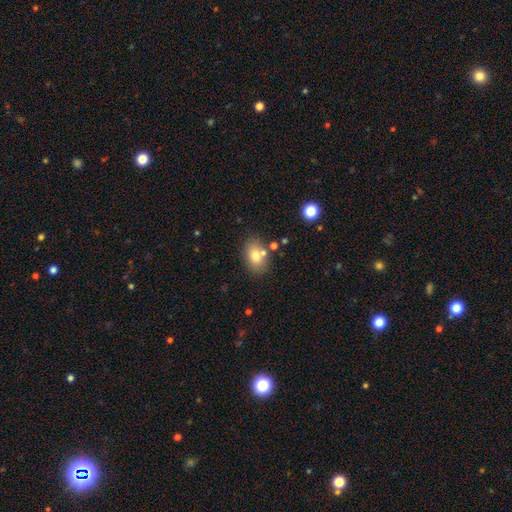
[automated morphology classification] Smooth or featured: smooth — 76% (featured or disk — 14%)
How rounded: in between — 81% (round — 18%)
Merging: none — 71% (minor disturbance — 14%)